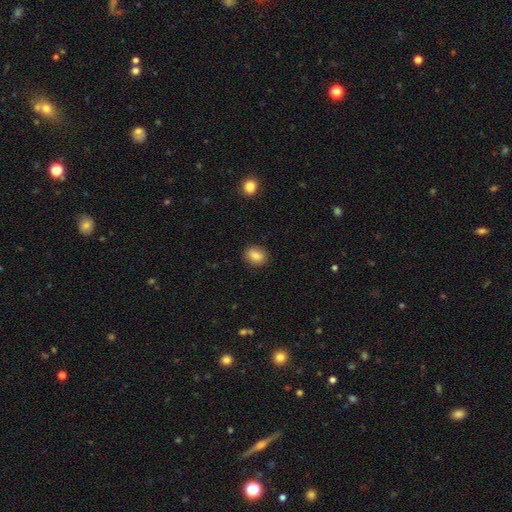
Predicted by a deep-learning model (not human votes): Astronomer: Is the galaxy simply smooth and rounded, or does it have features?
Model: smooth — 85%.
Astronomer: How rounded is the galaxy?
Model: in between — 51% (runner-up: round, 47%).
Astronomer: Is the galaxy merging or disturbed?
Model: none — 87%.